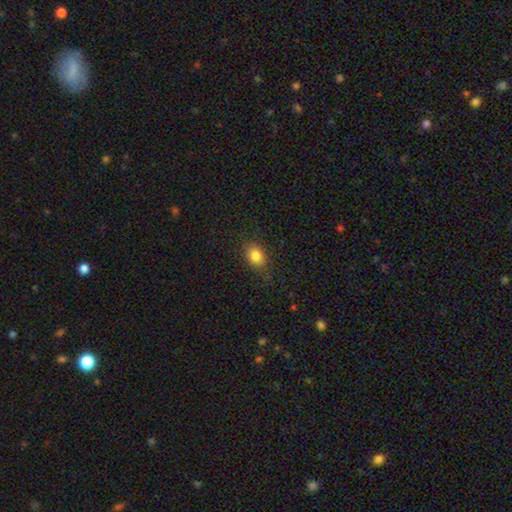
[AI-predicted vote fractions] This is clearly a smooth galaxy (83%). How rounded: likely in between (67%). Merging: clearly none (83%).